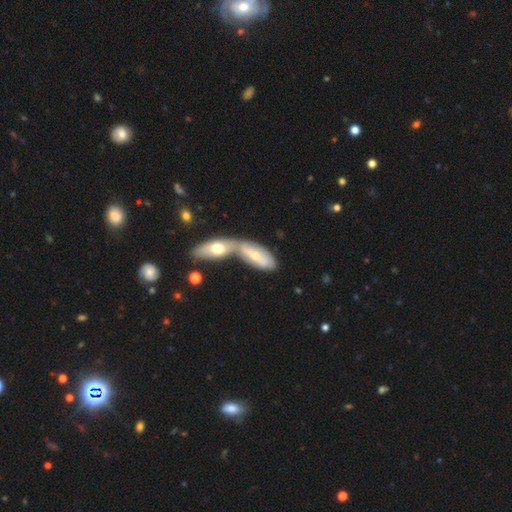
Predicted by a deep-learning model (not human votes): This is possibly a featured or disk galaxy (48%). Merging: likely merger (61%).